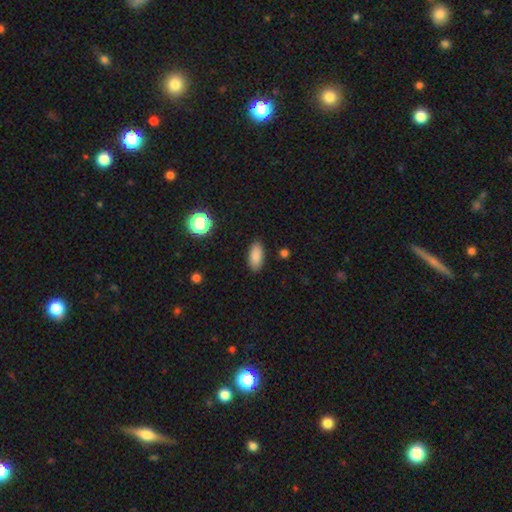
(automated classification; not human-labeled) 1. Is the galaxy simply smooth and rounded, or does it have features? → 86% smooth, 9% star or artifact, 5% featured or disk.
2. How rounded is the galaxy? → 86% in between, 11% cigar-shaped, 3% round.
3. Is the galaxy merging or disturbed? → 88% none, 9% minor disturbance, 2% major disturbance, 1% merger.